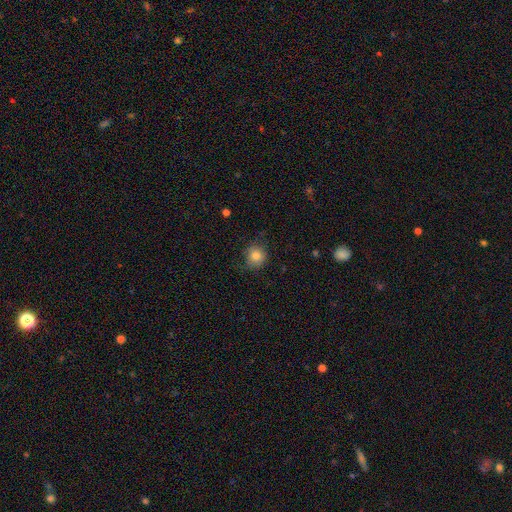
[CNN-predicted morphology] Smooth or featured: smooth — 82% (star or artifact — 10%)
How rounded: round — 84% (in between — 15%)
Merging: none — 72% (minor disturbance — 21%)